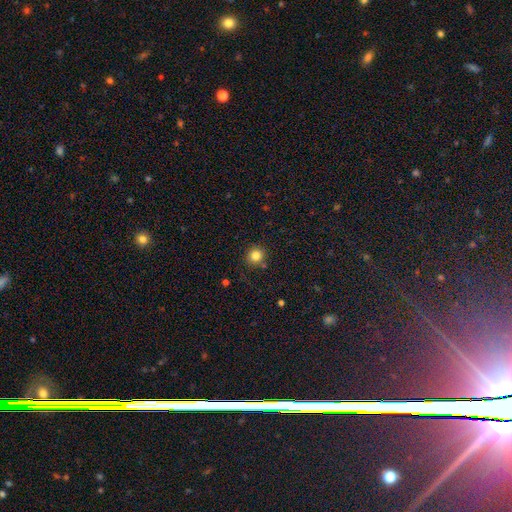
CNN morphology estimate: This is clearly a smooth galaxy (83%). How rounded: clearly round (90%). Merging: clearly none (85%).